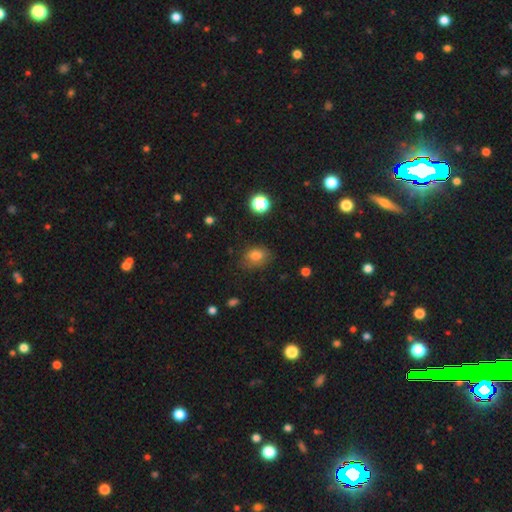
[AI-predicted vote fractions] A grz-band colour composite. It shows a smooth galaxy with no disk features (80%) that is in between round and cigar-shaped (71%). Merging: none (69%).